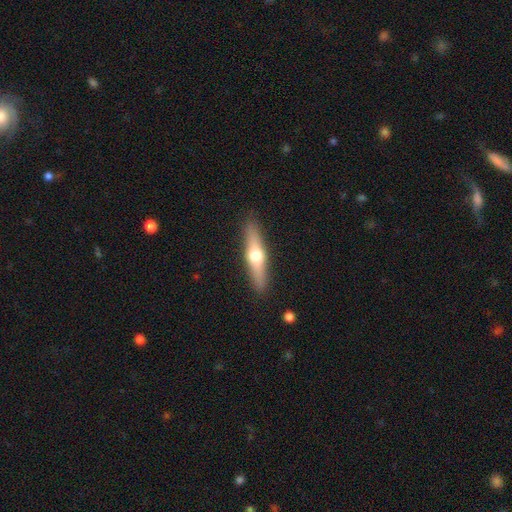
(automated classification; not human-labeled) Smooth or featured? Predicted: featured or disk (p=0.51). Edge-on disk? Predicted: yes (p=0.91). Merging? Predicted: none (p=0.89).